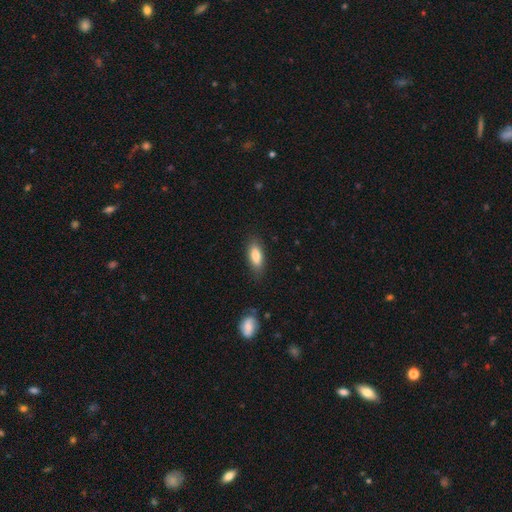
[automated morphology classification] smooth 82%, featured or disk 11%, star or artifact 7%. Down the decision tree: how rounded — in between (76%); merging — none (81%).